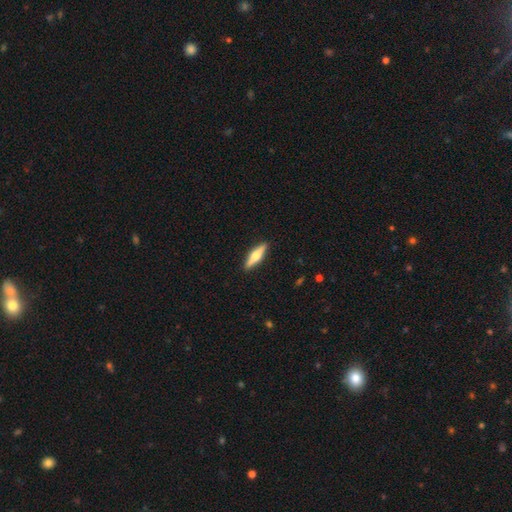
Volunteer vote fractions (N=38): Q: Smooth or featured?
A: featured or disk (66%); runner-up: smooth (32%)
Q: Edge-on disk?
A: yes (96%); runner-up: no (4%)
Q: Edge-on bulge?
A: rounded (100%)
Q: Merging?
A: none (95%); runner-up: minor disturbance (3%)